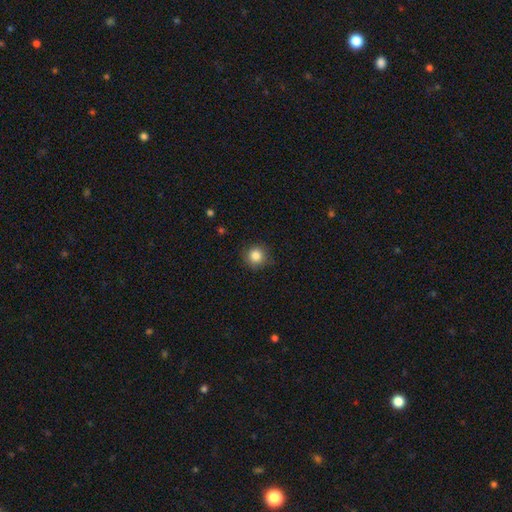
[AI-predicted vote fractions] A smooth galaxy with no disk features (85%) that is round (92%).

Vote fractions:
- Smooth or featured? smooth: 85% / star or artifact: 10% / featured or disk: 5%
- How rounded? round: 92% / in between: 7% / cigar-shaped: 1%
- Merging? none: 84% / minor disturbance: 12% / major disturbance: 3% / merger: 1%